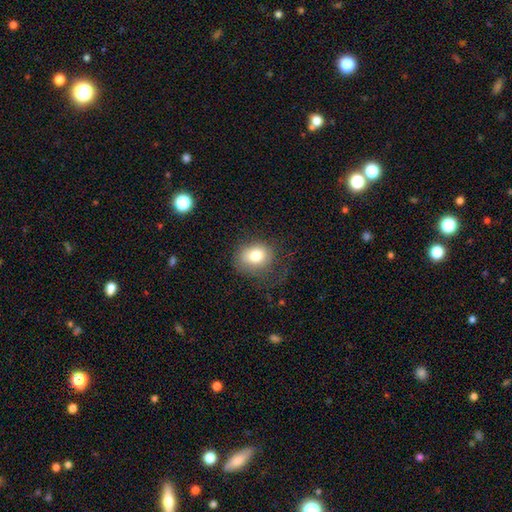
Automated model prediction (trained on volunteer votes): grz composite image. It shows a smooth galaxy with no disk features (78%) that is round (56%). Merging: none (61%).